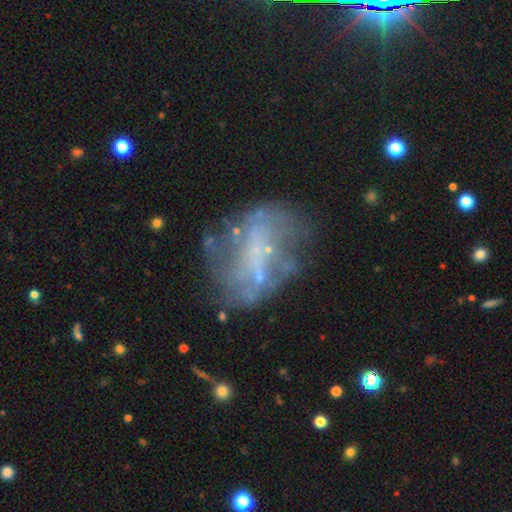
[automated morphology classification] Smooth or featured?
  - featured or disk: 57% *
  - smooth: 24%
  - star or artifact: 19%
Edge-on disk?
  - no: 95% *
  - yes: 5%
Bar?
  - no: 59% *
  - weak: 25%
  - strong: 16%
Spiral arms?
  - no: 66% *
  - yes: 34%
Bulge size?
  - none: 65% *
  - small: 24%
  - moderate: 7%
  - large: 2%
  - dominant: 1%
Merging?
  - none: 51% *
  - major disturbance: 23%
  - minor disturbance: 21%
  - merger: 5%